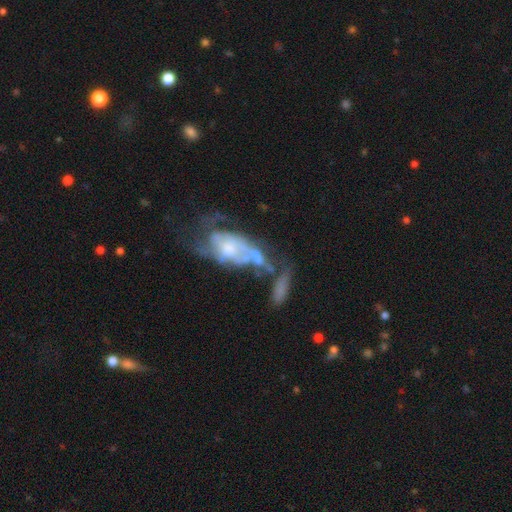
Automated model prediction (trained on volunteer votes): Smooth or featured?
  - featured or disk: 60% *
  - smooth: 31%
  - star or artifact: 9%
Edge-on disk?
  - no: 90% *
  - yes: 10%
Bar?
  - no: 81% *
  - weak: 15%
  - strong: 4%
Spiral arms?
  - no: 66% *
  - yes: 34%
Bulge size?
  - moderate: 39% *
  - small: 31%
  - none: 19%
  - large: 9%
  - dominant: 2%
Merging?
  - merger: 36% *
  - major disturbance: 30%
  - none: 19%
  - minor disturbance: 15%